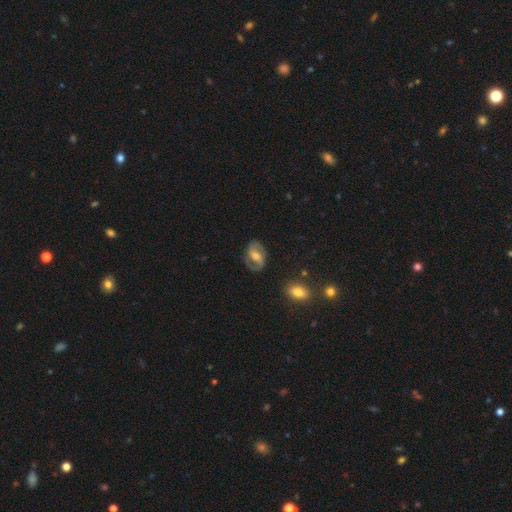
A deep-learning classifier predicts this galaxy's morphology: The model was most divided on "bar": weak: 41%, strong: 36%, no: 22%. Remaining: edge-on disk — no (96%); spiral arms — yes (87%); spiral arm count — 2 (86%); merging — none (77%); smooth or featured — featured or disk (74%); bulge size — moderate (58%); spiral winding — medium (48%).